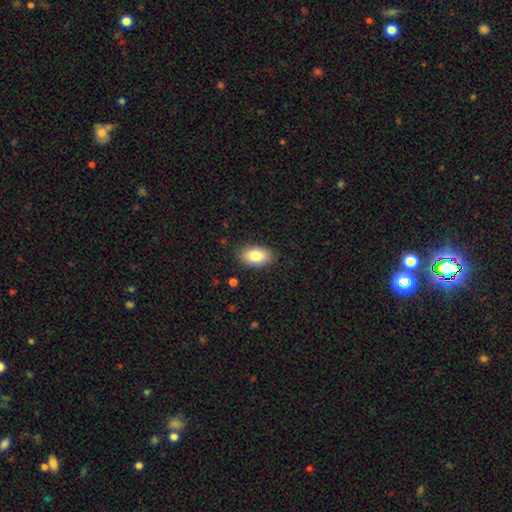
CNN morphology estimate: A smooth galaxy with no disk features (83%) that is in between round and cigar-shaped (92%).

Vote fractions:
- Smooth or featured? smooth: 83% / featured or disk: 10% / star or artifact: 7%
- How rounded? in between: 92% / round: 6% / cigar-shaped: 2%
- Merging? none: 88% / minor disturbance: 9% / major disturbance: 2% / merger: 1%